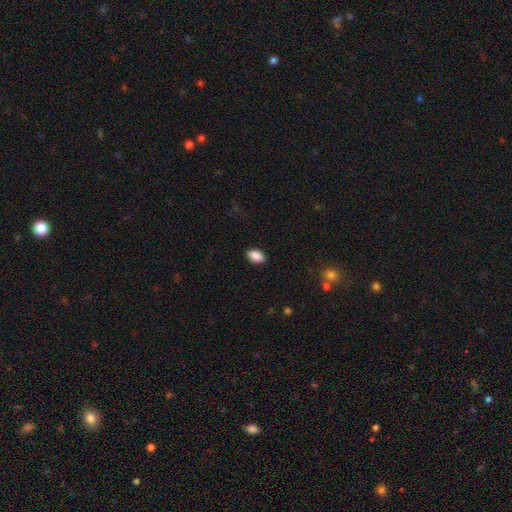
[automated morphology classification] Overall: smooth (89%). How rounded: in between (92%). Merging: none (88%).